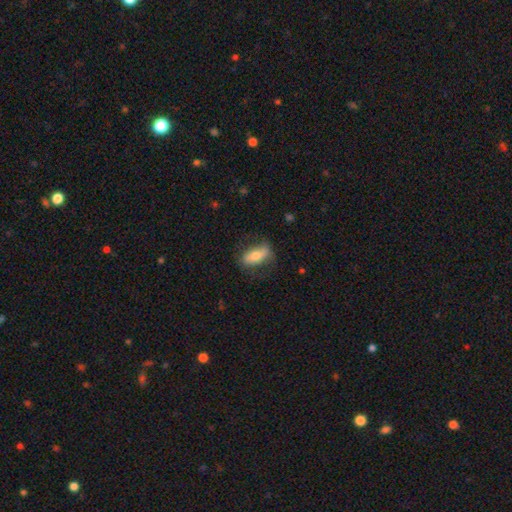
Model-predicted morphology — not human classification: Smooth or featured?
  - smooth: 64% *
  - featured or disk: 30%
  - star or artifact: 7%
How rounded?
  - in between: 79% *
  - cigar-shaped: 17%
  - round: 4%
Merging?
  - none: 67% *
  - minor disturbance: 23%
  - major disturbance: 9%
  - merger: 2%